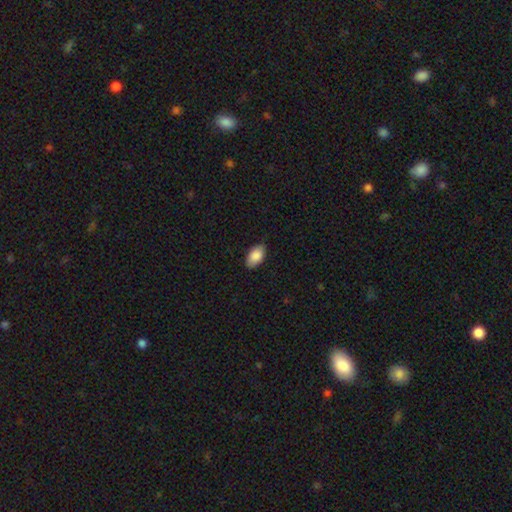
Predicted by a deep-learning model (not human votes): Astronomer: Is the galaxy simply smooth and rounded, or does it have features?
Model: smooth — 88%.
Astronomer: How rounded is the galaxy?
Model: in between — 94%.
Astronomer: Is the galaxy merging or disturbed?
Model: none — 84%.